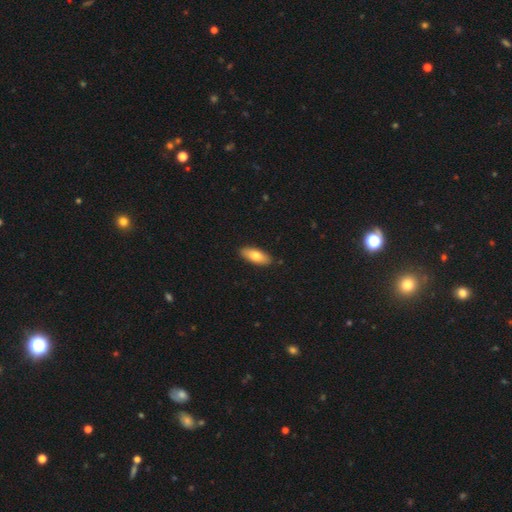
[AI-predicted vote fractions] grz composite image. It shows a smooth galaxy with no disk features (74%) that is in between round and cigar-shaped (78%). Merging: none (89%).